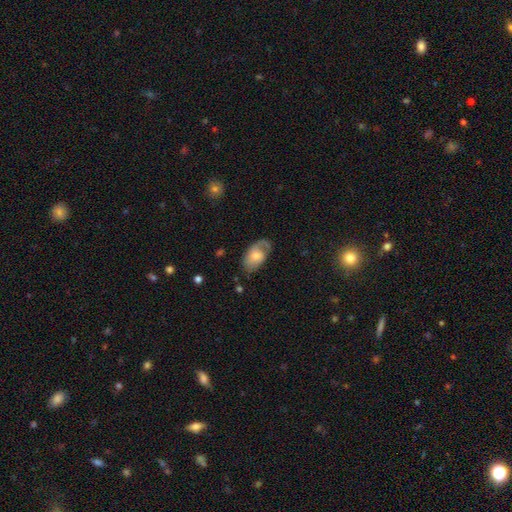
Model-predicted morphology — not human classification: A smooth galaxy with no disk features (49%).

Vote fractions:
- Smooth or featured? smooth: 49% / featured or disk: 45% / star or artifact: 7%
- Merging? none: 54% / minor disturbance: 27% / major disturbance: 17% / merger: 2%